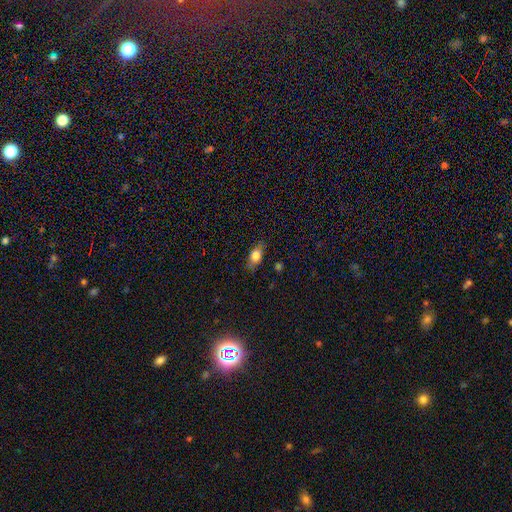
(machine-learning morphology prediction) A smooth galaxy with no disk features (76%) that is in between round and cigar-shaped (78%).

Vote fractions:
- Smooth or featured? smooth: 76% / featured or disk: 15% / star or artifact: 9%
- How rounded? in between: 78% / round: 13% / cigar-shaped: 10%
- Merging? none: 77% / minor disturbance: 17% / major disturbance: 4% / merger: 1%